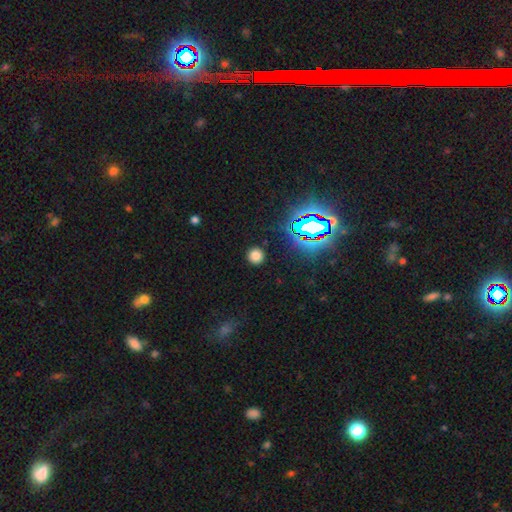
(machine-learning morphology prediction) This is likely a smooth galaxy (73%). How rounded: clearly round (93%). Merging: clearly none (90%).